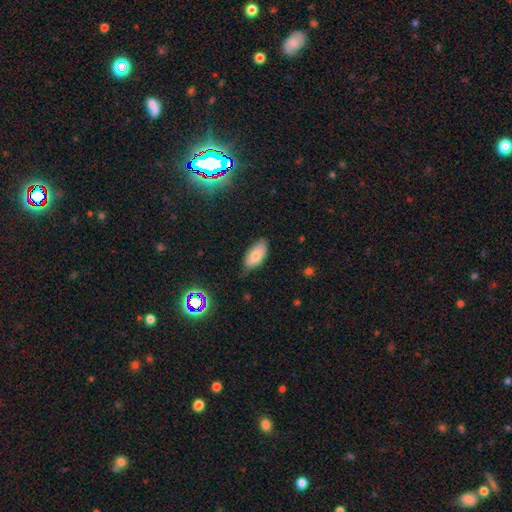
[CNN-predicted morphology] Smooth or featured? Predicted: smooth (p=0.76). How rounded? Predicted: in between (p=0.91). Merging? Predicted: none (p=0.67).